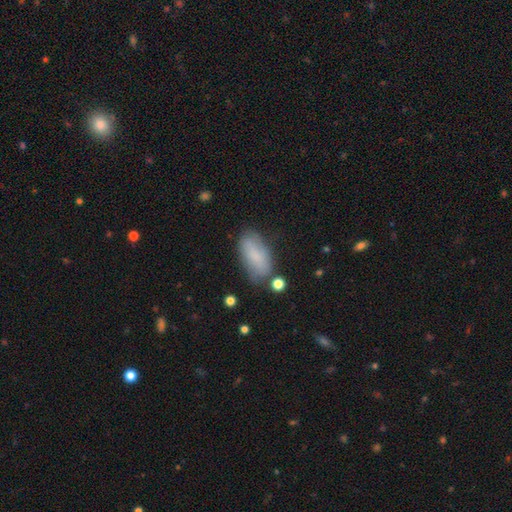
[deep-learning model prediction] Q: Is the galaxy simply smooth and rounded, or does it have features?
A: smooth — 78%.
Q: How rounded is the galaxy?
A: in between — 90%.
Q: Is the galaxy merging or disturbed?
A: none — 64%.